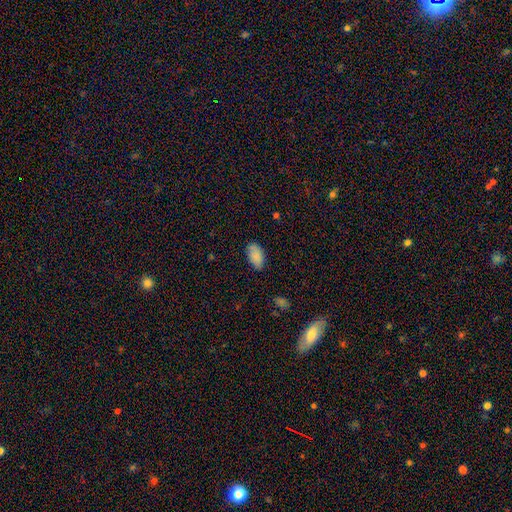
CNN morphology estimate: This appears to be a smooth galaxy with no disk features (86%) that is in between round and cigar-shaped (94%). Merging: none (77%).